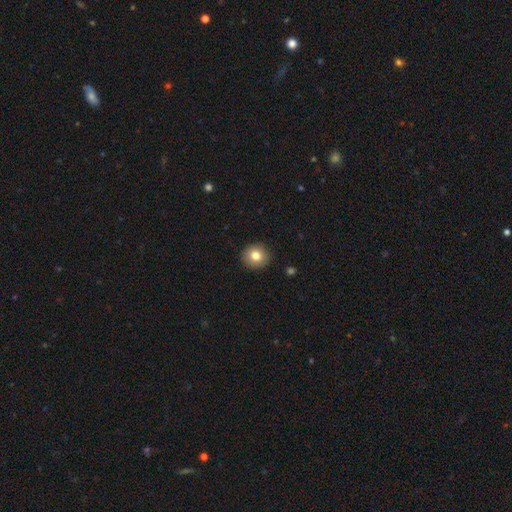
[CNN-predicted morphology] Smooth or featured: smooth — 81% (featured or disk — 10%)
How rounded: round — 88% (in between — 11%)
Merging: none — 91% (minor disturbance — 6%)